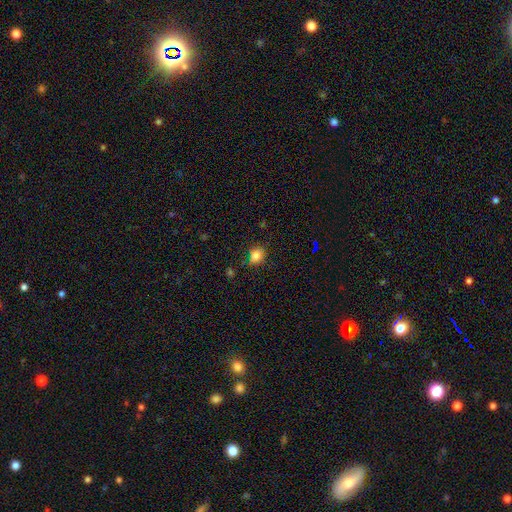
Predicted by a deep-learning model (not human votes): A smooth galaxy with no disk features (82%) that is round (66%). Merging: none (76%).